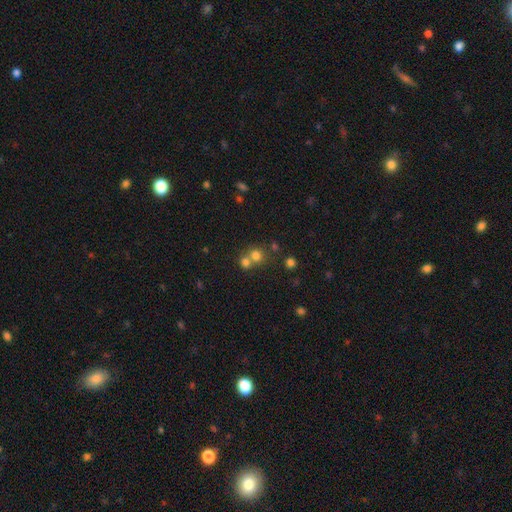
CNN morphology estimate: Smooth or featured? smooth (73%)
How rounded? round (83%)
Merging? merger (49%)